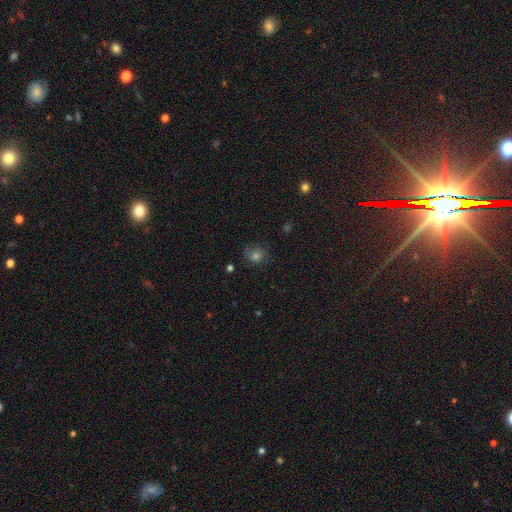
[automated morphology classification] The model was most divided on "merging": none: 67%, minor disturbance: 22%, major disturbance: 9%, merger: 2%. More confident: how rounded — round (76%); smooth or featured — smooth (69%).